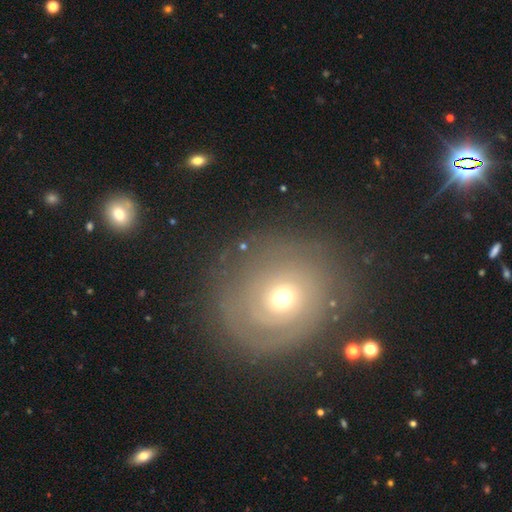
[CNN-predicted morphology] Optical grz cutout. It shows a featured or disk galaxy (54%) with no bar (83%), spiral arms (63%) and a moderate central bulge (49%). Merging: none (79%).